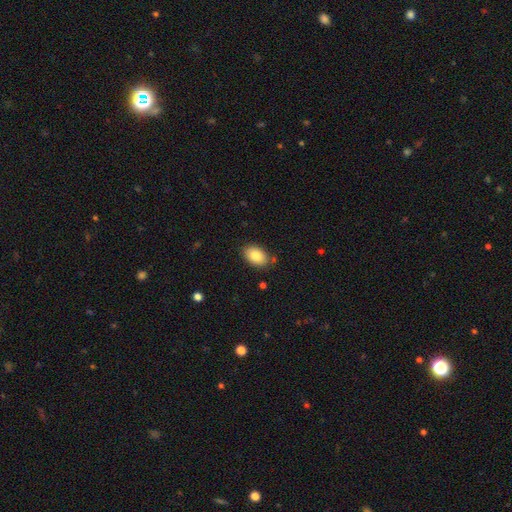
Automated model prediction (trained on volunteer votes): Smooth or featured?
  - smooth: 86% *
  - featured or disk: 7%
  - star or artifact: 7%
How rounded?
  - in between: 90% *
  - round: 9%
  - cigar-shaped: 1%
Merging?
  - none: 84% *
  - minor disturbance: 11%
  - major disturbance: 2%
  - merger: 2%